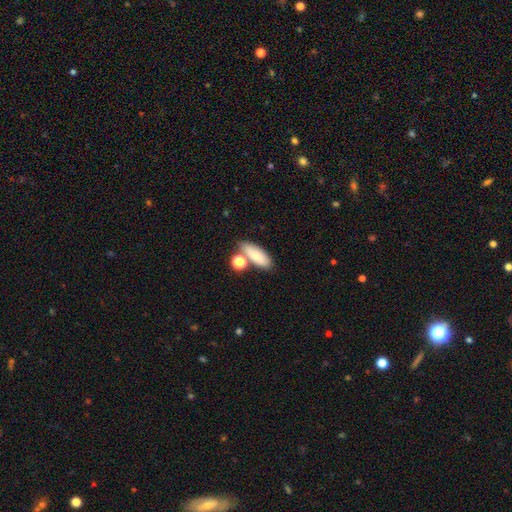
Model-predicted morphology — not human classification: smooth-or-featured: smooth: 78% | featured or disk: 14% | star or artifact: 8%
  how-rounded: in between: 74% | cigar-shaped: 20% | round: 6%
  merging: none: 62% | merger: 21% | minor disturbance: 13% | major disturbance: 4%